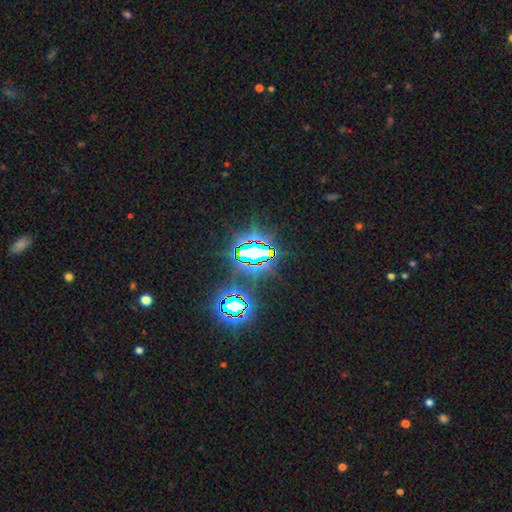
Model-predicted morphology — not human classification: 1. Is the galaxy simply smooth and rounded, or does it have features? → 79% star or artifact, 12% smooth, 10% featured or disk.